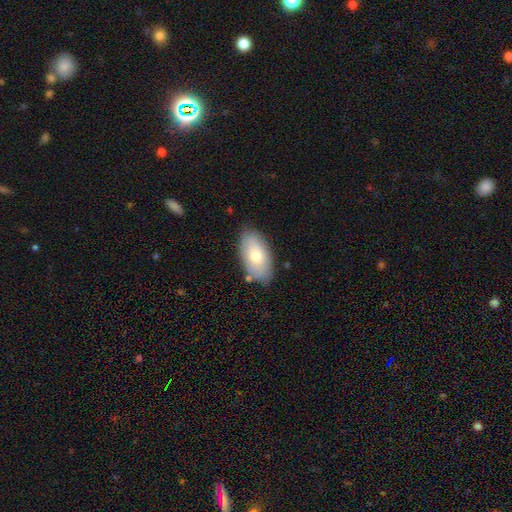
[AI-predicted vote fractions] Morphology: type=smooth (72%); roundness=in between (94%); merging=none (78%).